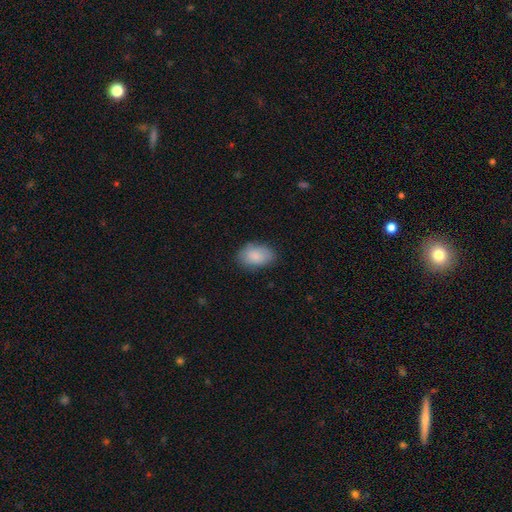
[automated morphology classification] Smooth or featured? Predicted: smooth (p=0.85). How rounded? Predicted: in between (p=0.89). Merging? Predicted: none (p=0.76).